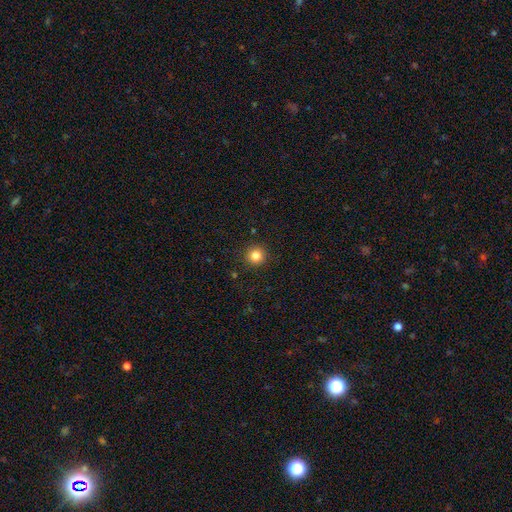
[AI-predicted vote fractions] A smooth galaxy with no disk features (83%) that is round (94%). Merging: none (91%).